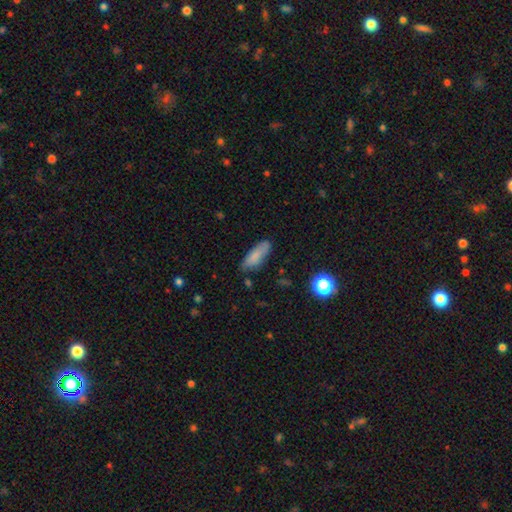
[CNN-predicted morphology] This appears to be a smooth galaxy with no disk features (81%) that is in between round and cigar-shaped (65%). Merging: none (71%).